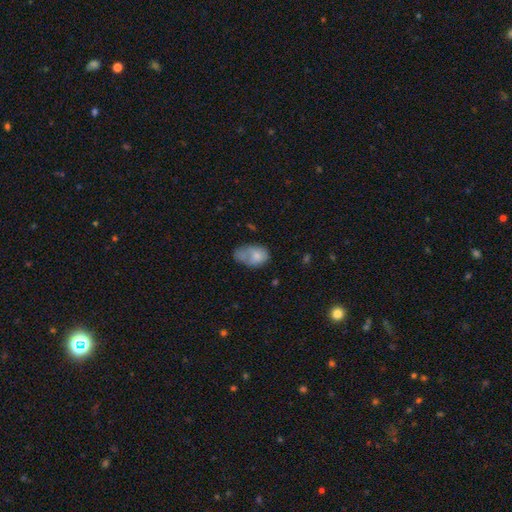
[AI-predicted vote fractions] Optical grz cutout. It shows a smooth galaxy with no disk features (69%) that is in between round and cigar-shaped (83%). Merging: none (28%).